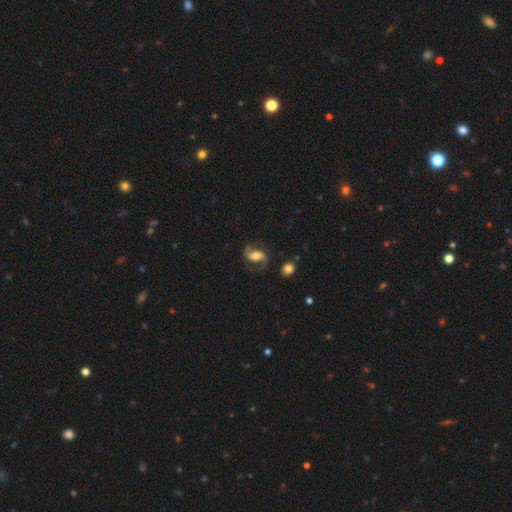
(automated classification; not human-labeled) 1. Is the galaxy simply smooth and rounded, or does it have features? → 81% featured or disk, 12% smooth, 6% star or artifact.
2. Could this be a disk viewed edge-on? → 97% no, 3% yes.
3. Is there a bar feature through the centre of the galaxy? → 38% weak, 32% no, 30% strong.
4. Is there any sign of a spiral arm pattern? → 95% yes, 5% no.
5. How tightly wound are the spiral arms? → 46% medium, 43% loose, 11% tight.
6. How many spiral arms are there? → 92% 2, 3% 1, 2% can't tell, 1% 3, 1% 4, 1% more than 4.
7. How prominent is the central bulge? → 61% moderate, 19% large, 16% small, 2% none, 2% dominant.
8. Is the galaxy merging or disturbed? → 75% none, 14% minor disturbance, 8% major disturbance, 2% merger.